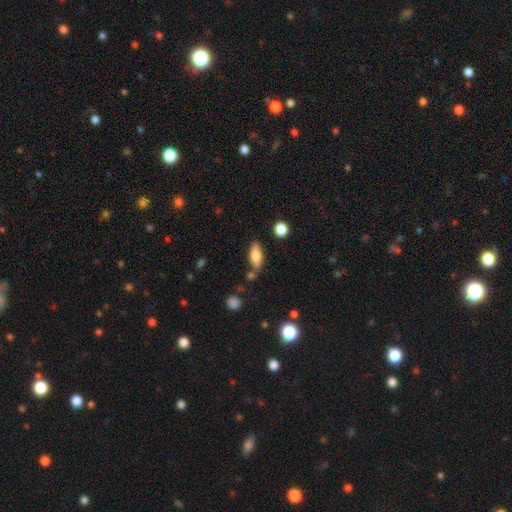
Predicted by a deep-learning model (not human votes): Smooth or featured?
  - smooth: 71% *
  - featured or disk: 22%
  - star or artifact: 7%
How rounded?
  - in between: 72% *
  - cigar-shaped: 25%
  - round: 3%
Merging?
  - none: 76% *
  - minor disturbance: 14%
  - merger: 7%
  - major disturbance: 3%